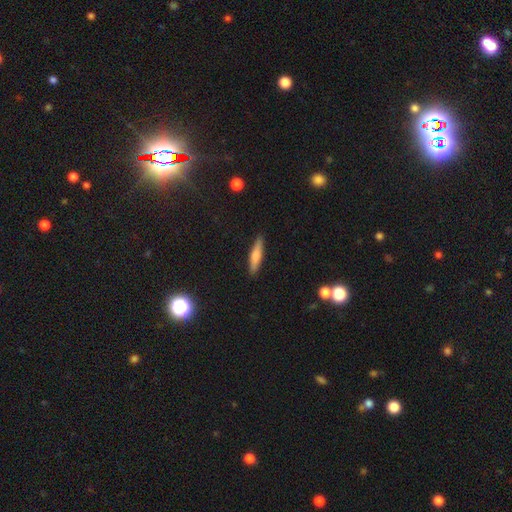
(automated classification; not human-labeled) A smooth galaxy with no disk features (68%) that is cigar-shaped (83%).

Vote fractions:
- Smooth or featured? smooth: 68% / featured or disk: 26% / star or artifact: 7%
- How rounded? cigar-shaped: 83% / in between: 15% / round: 2%
- Merging? none: 90% / minor disturbance: 7% / major disturbance: 2% / merger: 1%